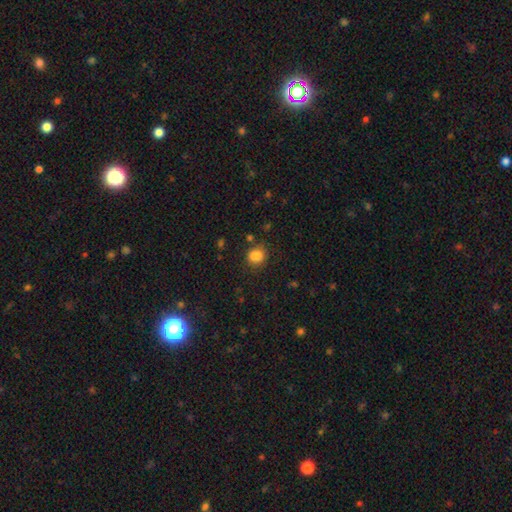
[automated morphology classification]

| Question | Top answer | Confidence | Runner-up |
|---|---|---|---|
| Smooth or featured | smooth | 83% | star or artifact (12%) |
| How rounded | round | 64% | in between (35%) |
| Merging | none | 71% | minor disturbance (17%) |